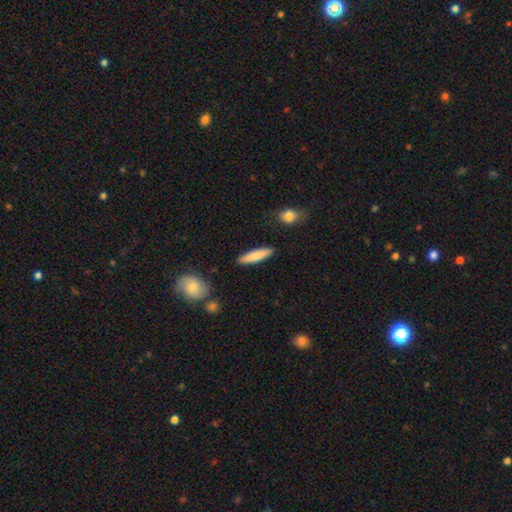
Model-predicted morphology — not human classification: smooth-or-featured: smooth: 81% | featured or disk: 13% | star or artifact: 5%
  how-rounded: cigar-shaped: 78% | in between: 20% | round: 2%
  merging: none: 88% | minor disturbance: 8% | merger: 2% | major disturbance: 2%